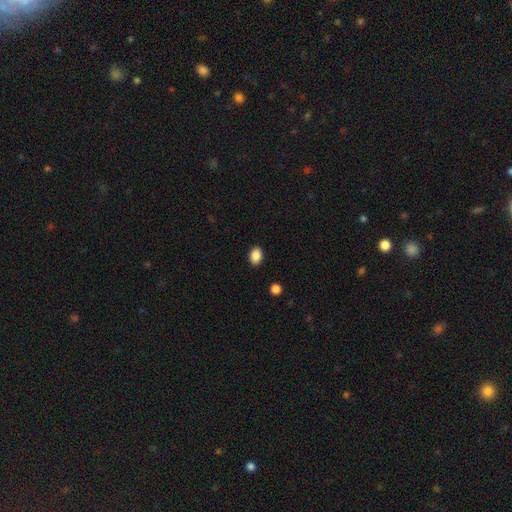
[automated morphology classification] smooth_or_featured: smooth (p=0.88) [alt: star or artifact p=0.08]
how_rounded: in between (p=0.72) [alt: round p=0.27]
merging: none (p=0.90) [alt: minor disturbance p=0.07]